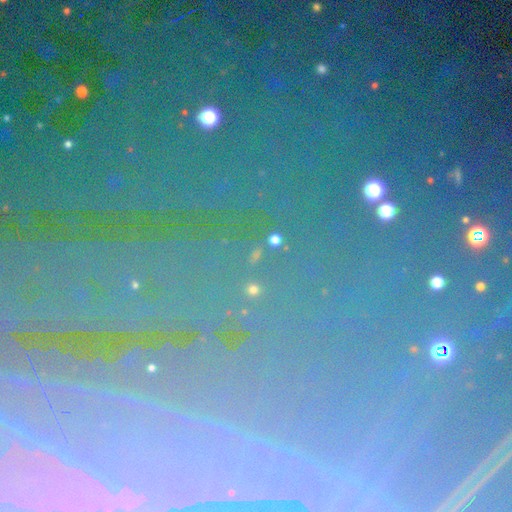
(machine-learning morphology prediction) Smooth or featured?
  - star or artifact: 75% *
  - smooth: 13%
  - featured or disk: 12%